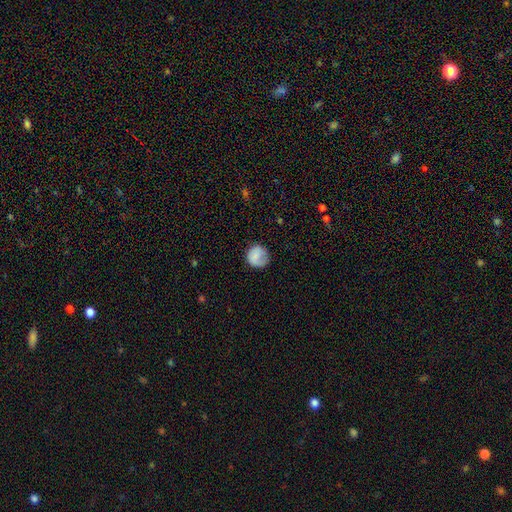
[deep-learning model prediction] Smooth or featured: smooth — 80% (featured or disk — 13%)
How rounded: round — 90% (in between — 10%)
Merging: none — 72% (minor disturbance — 19%)